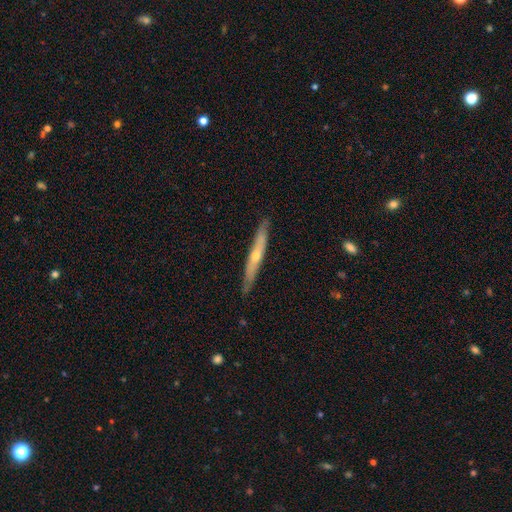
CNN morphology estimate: This appears to be a featured or disk galaxy (61%) viewed edge-on (91%) with a rounded central bulge (73%). Merging: none (87%).